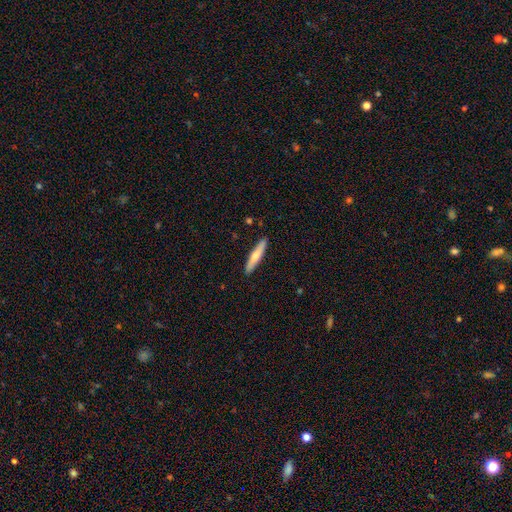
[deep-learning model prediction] This appears to be a smooth galaxy with no disk features (61%) that is cigar-shaped (89%). Merging: none (91%).